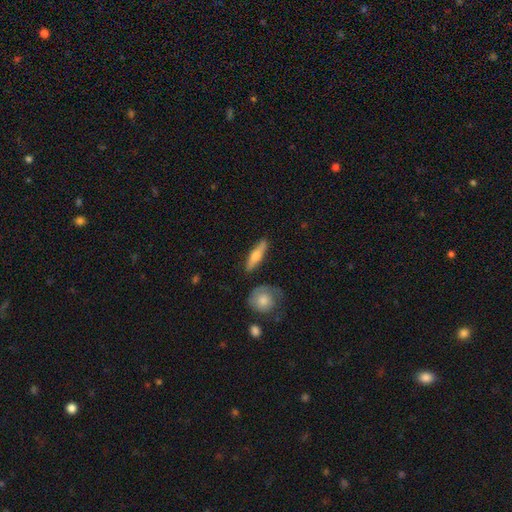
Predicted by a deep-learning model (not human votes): smooth_or_featured: smooth (p=0.55) [alt: featured or disk p=0.39]
how_rounded: cigar-shaped (p=0.72) [alt: in between p=0.24]
merging: none (p=0.83) [alt: minor disturbance p=0.12]